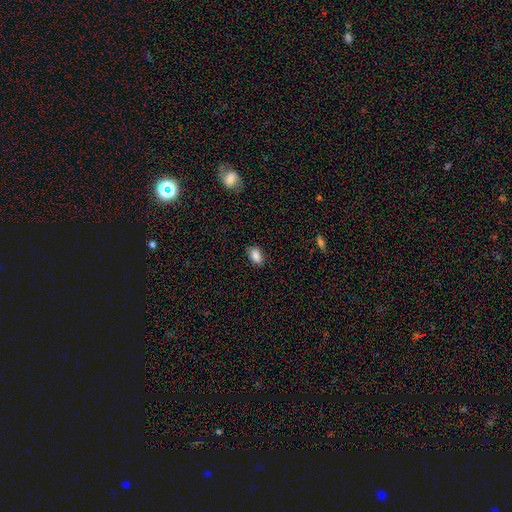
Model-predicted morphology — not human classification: Overall: smooth (87%). How rounded: in between (89%). Merging: none (86%).